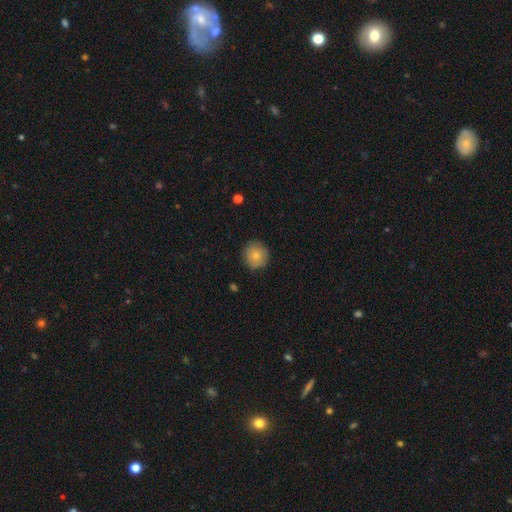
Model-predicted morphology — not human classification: Smooth or featured? smooth (79%)
How rounded? round (94%)
Merging? none (88%)